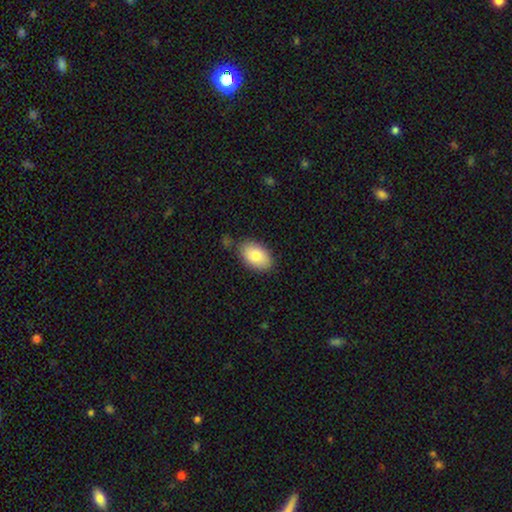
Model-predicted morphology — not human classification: smooth_or_featured: smooth (p=0.81) [alt: featured or disk p=0.13]
how_rounded: in between (p=0.92) [alt: round p=0.07]
merging: none (p=0.79) [alt: minor disturbance p=0.14]